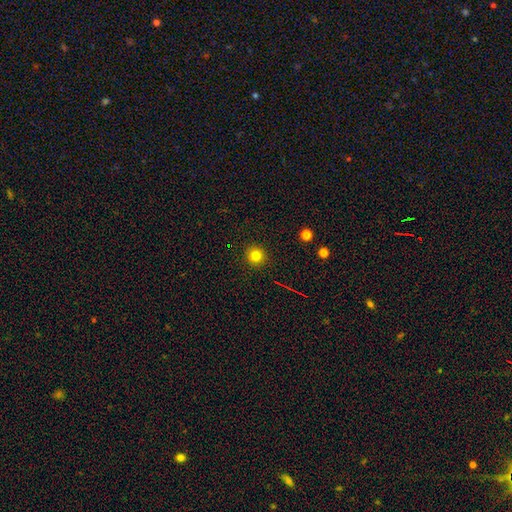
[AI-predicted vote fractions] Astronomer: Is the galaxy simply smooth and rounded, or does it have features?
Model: smooth — 79%.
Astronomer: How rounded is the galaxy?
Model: round — 95%.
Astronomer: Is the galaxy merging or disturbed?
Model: none — 92%.